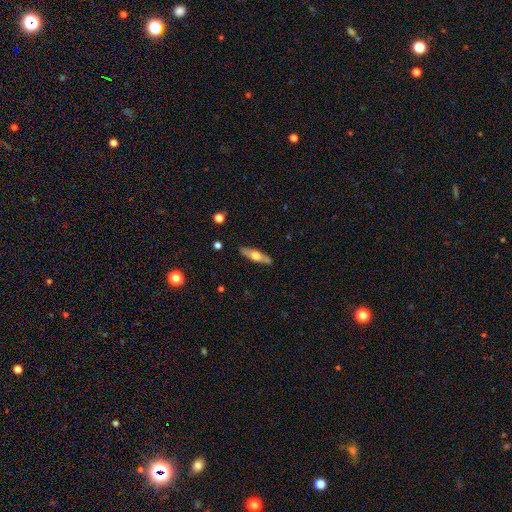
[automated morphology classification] featured or disk 51%, smooth 43%, star or artifact 6%. Down the decision tree: edge-on disk — yes (85%); merging — none (88%).